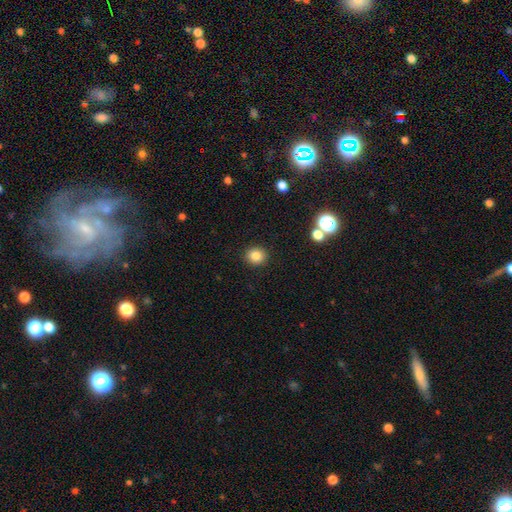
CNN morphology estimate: Smooth or featured: smooth — 83% (star or artifact — 11%)
How rounded: round — 82% (in between — 17%)
Merging: none — 91% (minor disturbance — 6%)